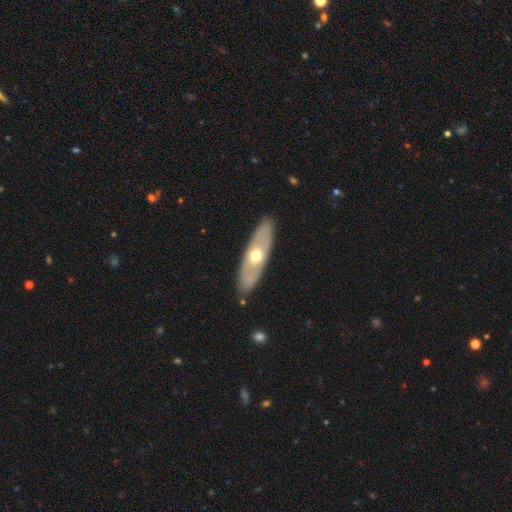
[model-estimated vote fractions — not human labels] A featured or disk galaxy (54%).

Vote fractions:
- Smooth or featured? featured or disk: 54% / smooth: 41% / star or artifact: 5%
- Edge-on disk? no: 61% / yes: 39%
- Merging? none: 86% / minor disturbance: 10% / major disturbance: 2% / merger: 1%